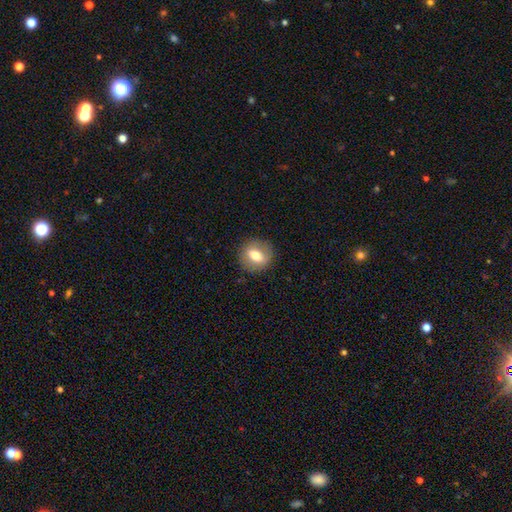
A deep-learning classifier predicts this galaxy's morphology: Smooth or featured?
  - smooth: 62% *
  - featured or disk: 30%
  - star or artifact: 8%
How rounded?
  - round: 72% *
  - in between: 27%
  - cigar-shaped: 2%
Merging?
  - none: 86% *
  - minor disturbance: 10%
  - major disturbance: 3%
  - merger: 1%